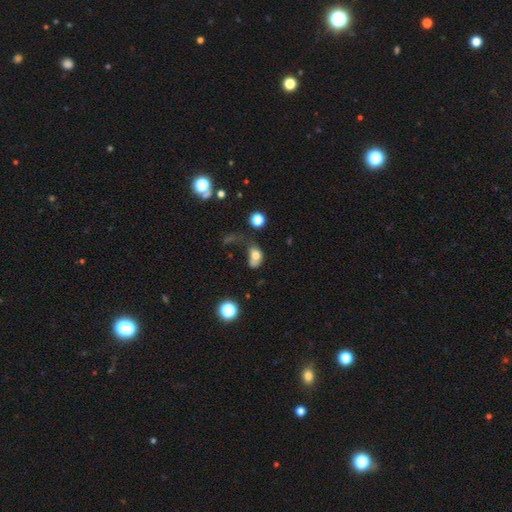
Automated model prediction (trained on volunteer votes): Morphology: type=smooth (68%); roundness=in between (65%); merging=major disturbance (43%).